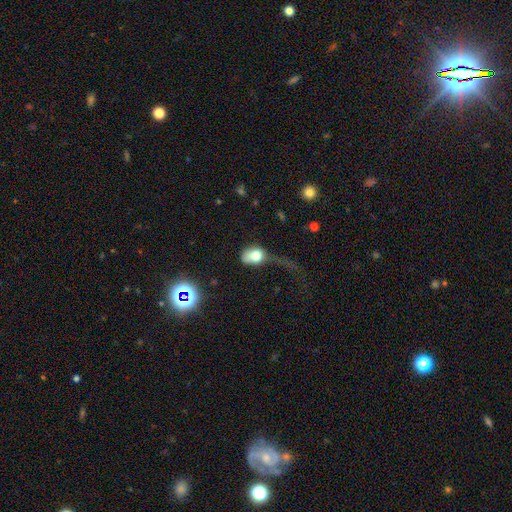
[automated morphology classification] A smooth galaxy with no disk features (70%) that is in between round and cigar-shaped (60%). Merging: major disturbance (52%).